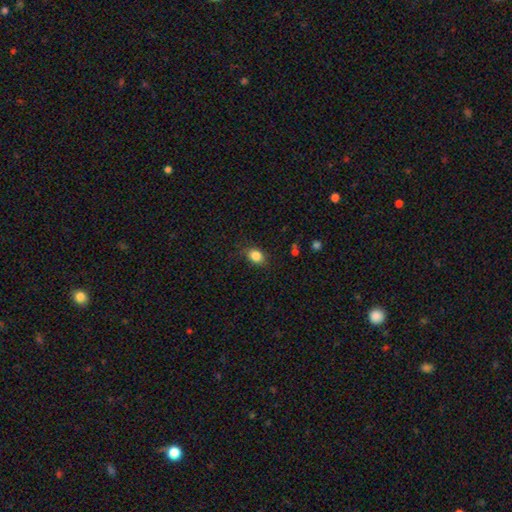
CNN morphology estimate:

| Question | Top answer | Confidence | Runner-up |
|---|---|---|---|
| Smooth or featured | smooth | 85% | star or artifact (10%) |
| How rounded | in between | 63% | round (35%) |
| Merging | none | 80% | minor disturbance (15%) |